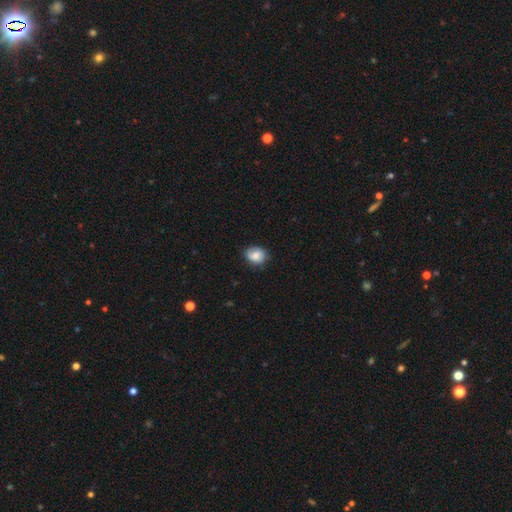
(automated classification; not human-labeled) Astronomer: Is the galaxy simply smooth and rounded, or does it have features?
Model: smooth — 79%.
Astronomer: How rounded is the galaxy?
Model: round — 52% (runner-up: in between, 47%).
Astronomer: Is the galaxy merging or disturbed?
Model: none — 71%.